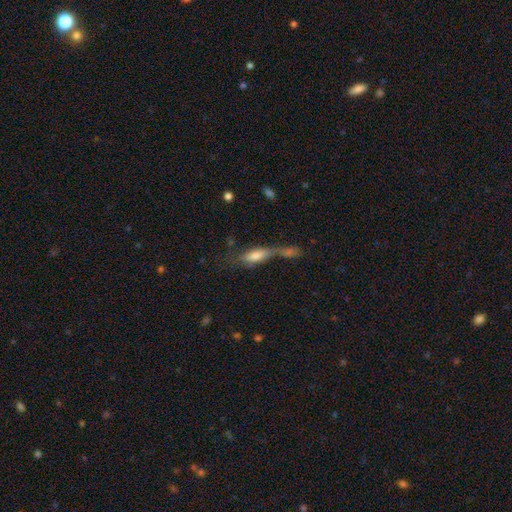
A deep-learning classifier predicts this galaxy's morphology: A smooth galaxy with no disk features (54%) that is in between round and cigar-shaped (52%).

Vote fractions:
- Smooth or featured? smooth: 54% / featured or disk: 35% / star or artifact: 11%
- How rounded? in between: 52% / cigar-shaped: 44% / round: 4%
- Merging? merger: 50% / none: 25% / major disturbance: 13% / minor disturbance: 12%